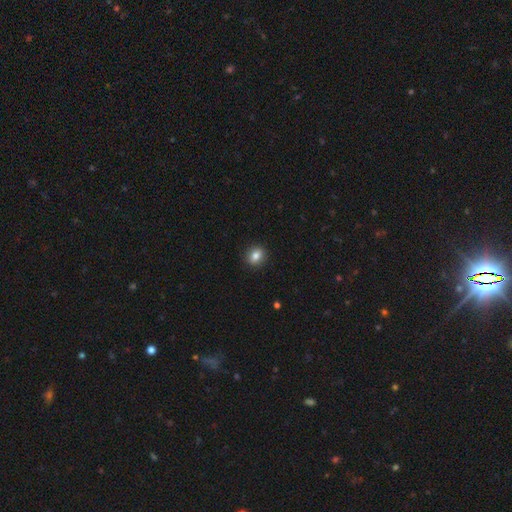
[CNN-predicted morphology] type=smooth (82%); roundness=round (68%); merging=none (90%).